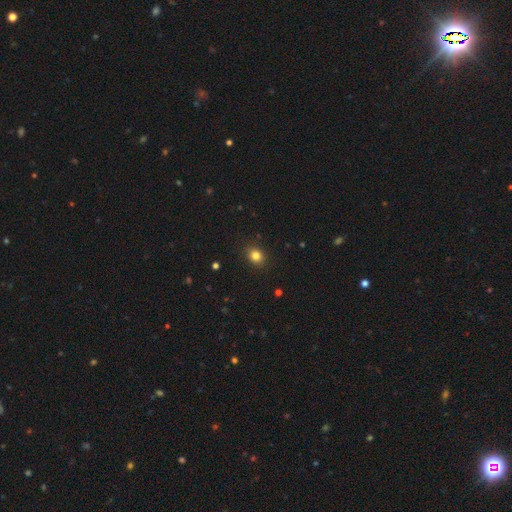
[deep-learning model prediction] A smooth galaxy with no disk features (82%) that is round (57%). Merging: none (90%).